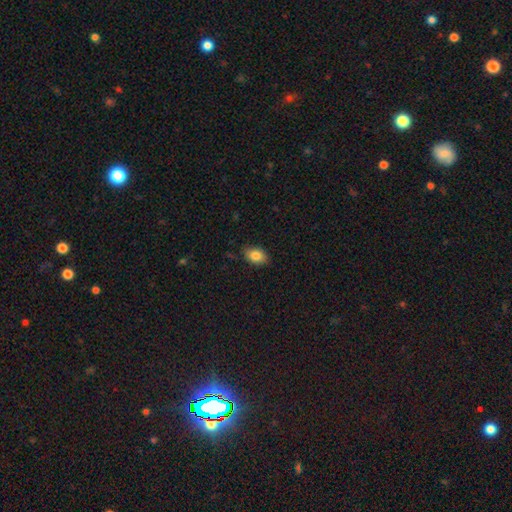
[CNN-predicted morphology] Q: Smooth or featured?
A: smooth (85%); runner-up: star or artifact (8%)
Q: How rounded?
A: in between (82%); runner-up: round (17%)
Q: Merging?
A: none (85%); runner-up: minor disturbance (12%)